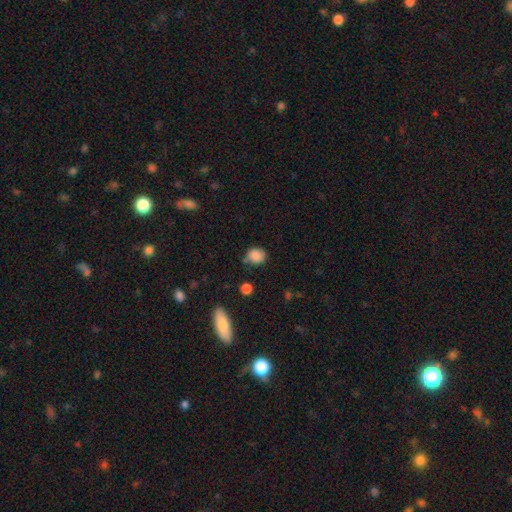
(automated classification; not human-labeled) A smooth galaxy with no disk features (85%) that is round (75%).

Vote fractions:
- Smooth or featured? smooth: 85% / star or artifact: 10% / featured or disk: 5%
- How rounded? round: 75% / in between: 24% / cigar-shaped: 1%
- Merging? none: 68% / minor disturbance: 22% / merger: 5% / major disturbance: 5%